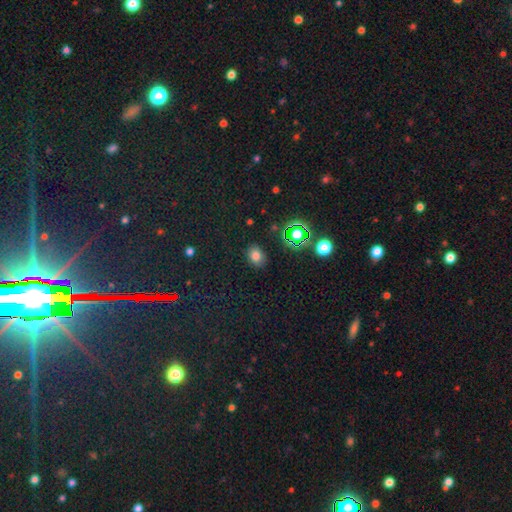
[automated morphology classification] The model was most divided on "how rounded": in between: 56%, round: 43%, cigar-shaped: 1%. More confident: merging — none (85%); smooth or featured — smooth (73%).